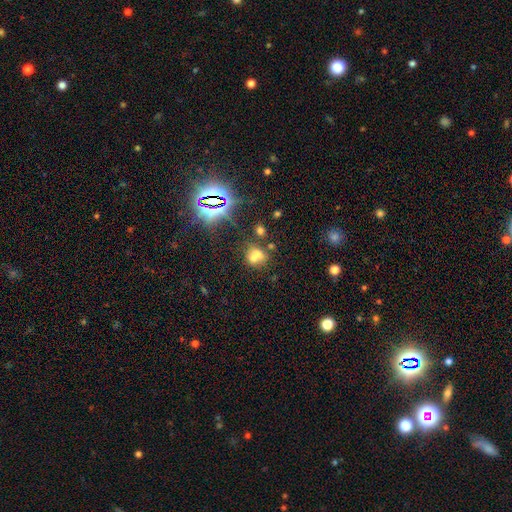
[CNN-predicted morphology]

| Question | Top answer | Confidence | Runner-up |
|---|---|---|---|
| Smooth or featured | smooth | 54% | star or artifact (24%) |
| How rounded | round | 63% | in between (35%) |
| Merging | merger | 56% | none (31%) |